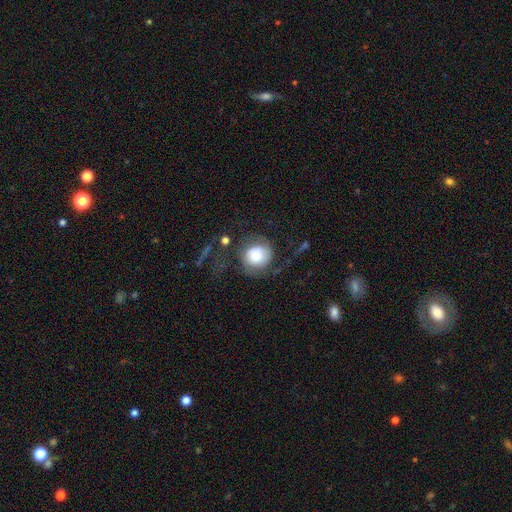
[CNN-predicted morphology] smooth_or_featured: smooth (p=0.50) [alt: featured or disk p=0.41]
merging: none (p=0.48) [alt: major disturbance p=0.30]